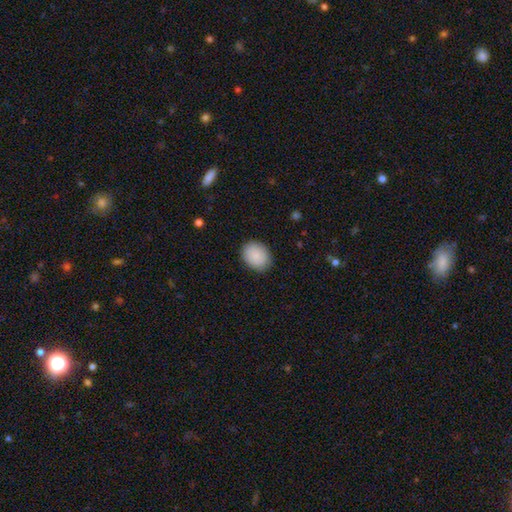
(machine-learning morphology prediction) Smooth or featured? Predicted: smooth (p=0.89). How rounded? Predicted: round (p=0.53). Merging? Predicted: none (p=0.88).